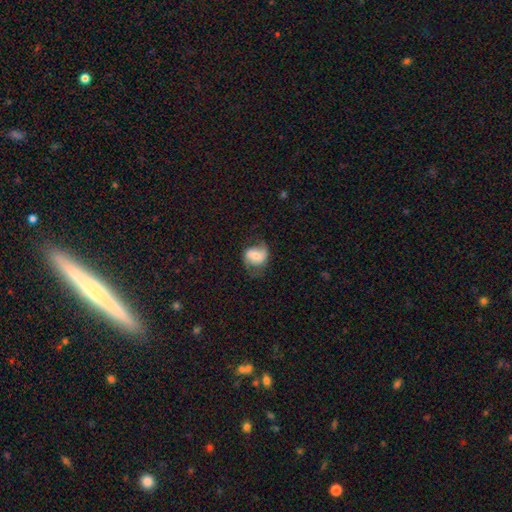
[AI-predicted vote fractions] Smooth or featured? featured or disk (55%)
Edge-on disk? no (97%)
Bar? no (51%)
Spiral arms? yes (86%)
Bulge size? moderate (45%)
Merging? none (61%)